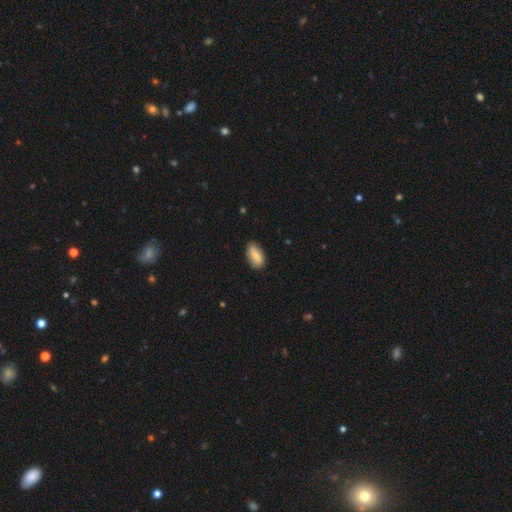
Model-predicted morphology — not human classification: Smooth or featured?
  - smooth: 75% *
  - featured or disk: 19%
  - star or artifact: 6%
How rounded?
  - in between: 91% *
  - cigar-shaped: 5%
  - round: 3%
Merging?
  - none: 83% *
  - minor disturbance: 13%
  - major disturbance: 2%
  - merger: 1%